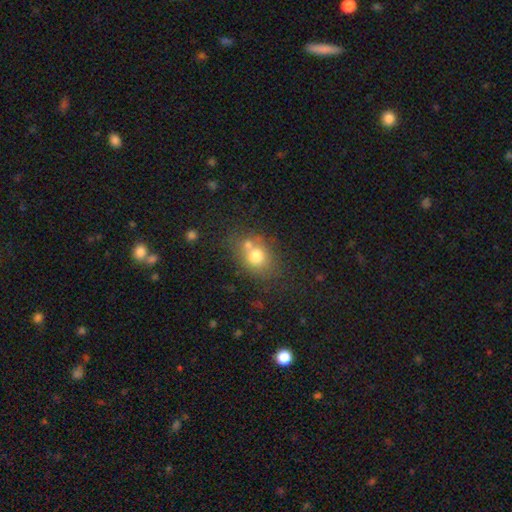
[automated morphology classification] Smooth or featured? Predicted: smooth (p=0.72). How rounded? Predicted: round (p=0.58). Merging? Predicted: none (p=0.51).